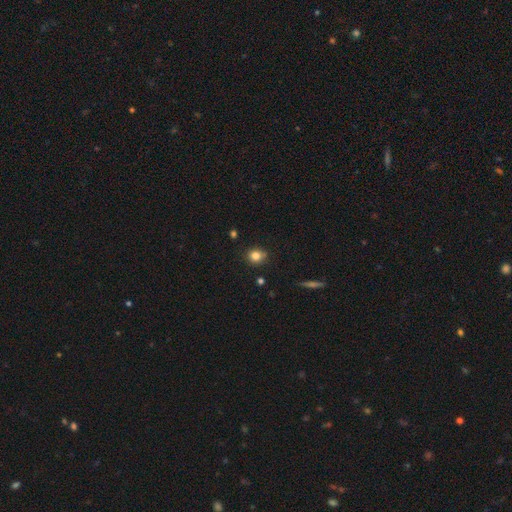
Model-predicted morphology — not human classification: type=smooth (81%); roundness=round (80%); merging=none (79%).